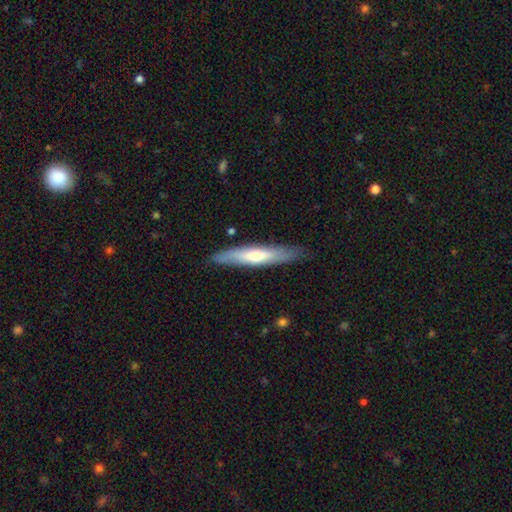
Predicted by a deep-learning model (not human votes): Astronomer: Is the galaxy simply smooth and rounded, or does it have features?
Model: smooth — 50% (runner-up: featured or disk, 45%).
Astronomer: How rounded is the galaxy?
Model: cigar-shaped — 88%.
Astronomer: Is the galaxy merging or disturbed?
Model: none — 84%.